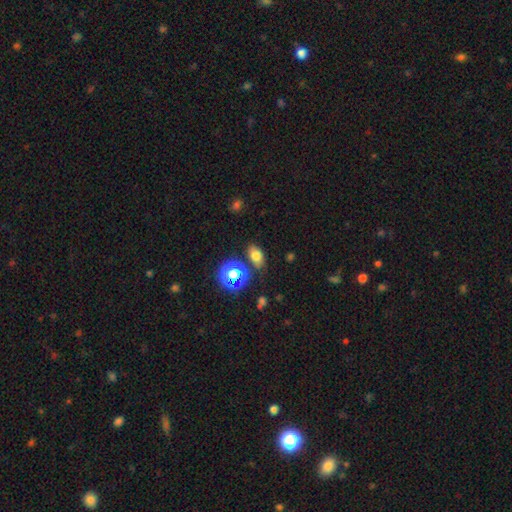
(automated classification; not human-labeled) Smooth or featured?
  - smooth: 69% *
  - star or artifact: 21%
  - featured or disk: 10%
How rounded?
  - in between: 81% *
  - round: 17%
  - cigar-shaped: 2%
Merging?
  - none: 76% *
  - minor disturbance: 14%
  - merger: 5%
  - major disturbance: 4%